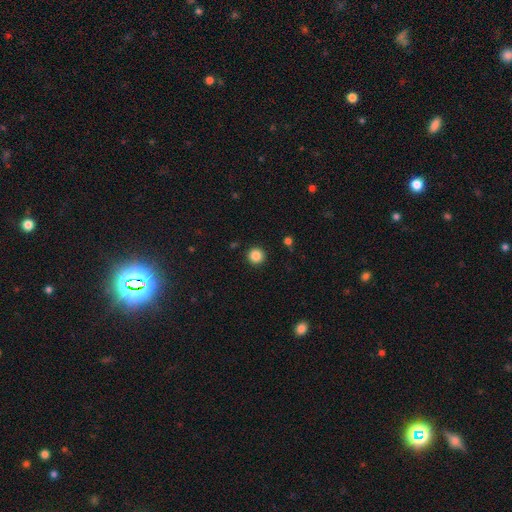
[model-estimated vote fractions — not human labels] This appears to be a smooth galaxy with no disk features (86%) that is round (96%). Merging: none (92%).